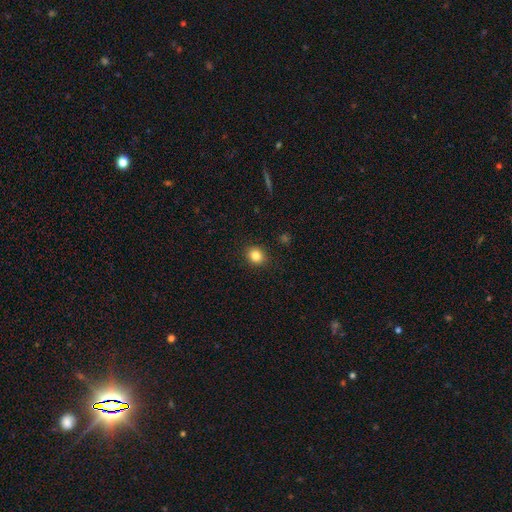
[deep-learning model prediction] Morphology: type=smooth (84%); roundness=round (68%); merging=none (89%).